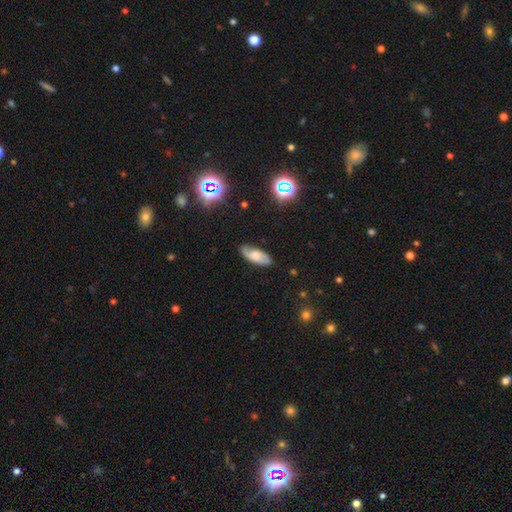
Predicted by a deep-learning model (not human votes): Morphology: type=smooth (52%); roundness=in between (82%); merging=none (74%).